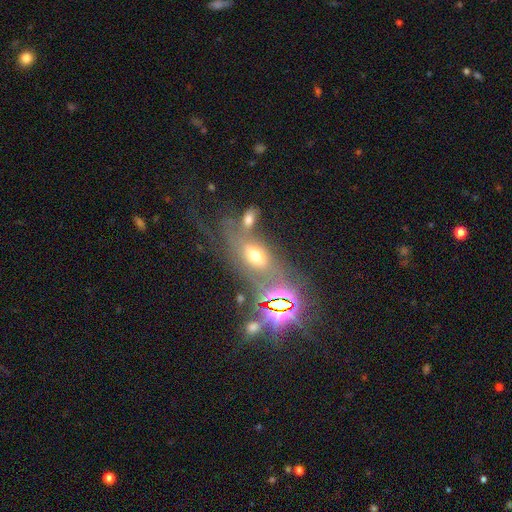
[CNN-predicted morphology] Smooth or featured?
  - smooth: 52% *
  - star or artifact: 24%
  - featured or disk: 24%
How rounded?
  - in between: 78% *
  - round: 14%
  - cigar-shaped: 8%
Merging?
  - none: 44% *
  - merger: 25%
  - minor disturbance: 16%
  - major disturbance: 15%